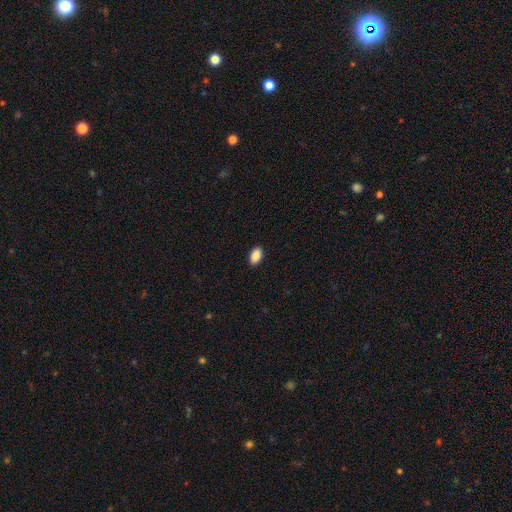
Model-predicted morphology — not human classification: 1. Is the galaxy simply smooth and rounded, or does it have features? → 89% smooth, 7% star or artifact, 4% featured or disk.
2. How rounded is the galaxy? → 93% in between, 4% round, 3% cigar-shaped.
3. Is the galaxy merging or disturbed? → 90% none, 7% minor disturbance, 2% major disturbance, 1% merger.